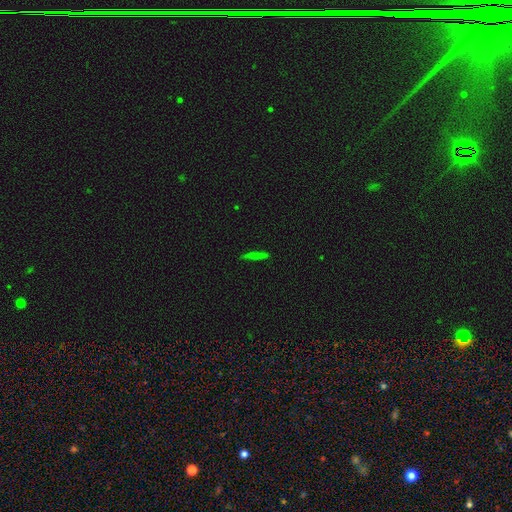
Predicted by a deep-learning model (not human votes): A smooth galaxy with no disk features (59%) that is cigar-shaped (92%). Merging: none (84%).